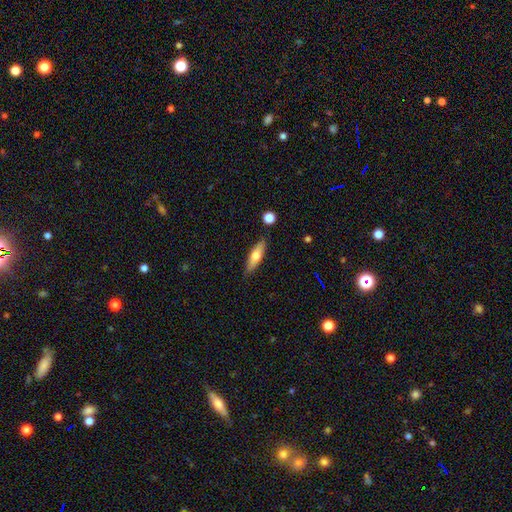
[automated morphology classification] smooth-or-featured: smooth: 61% | featured or disk: 32% | star or artifact: 6%
  how-rounded: cigar-shaped: 58% | in between: 39% | round: 2%
  merging: none: 84% | minor disturbance: 11% | merger: 3% | major disturbance: 2%